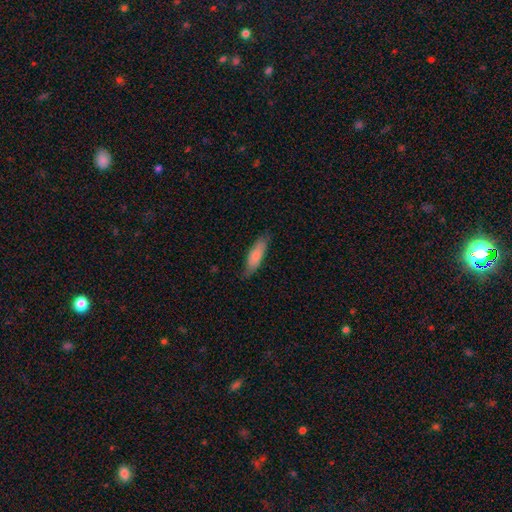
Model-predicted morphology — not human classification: This is likely a smooth galaxy (79%). How rounded: possibly cigar-shaped (53%). Merging: likely none (77%).